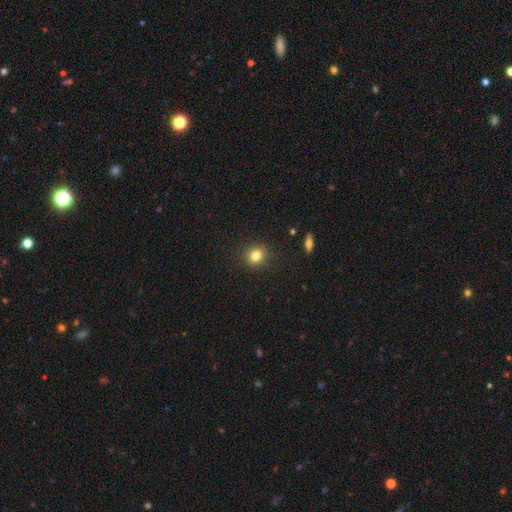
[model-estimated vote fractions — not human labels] Overall: smooth (81%). How rounded: round (80%). Merging: none (89%).